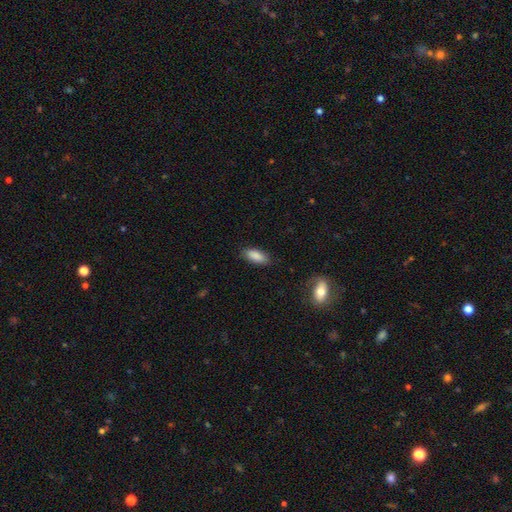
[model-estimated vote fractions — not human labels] Smooth or featured? smooth (88%)
How rounded? in between (81%)
Merging? none (84%)